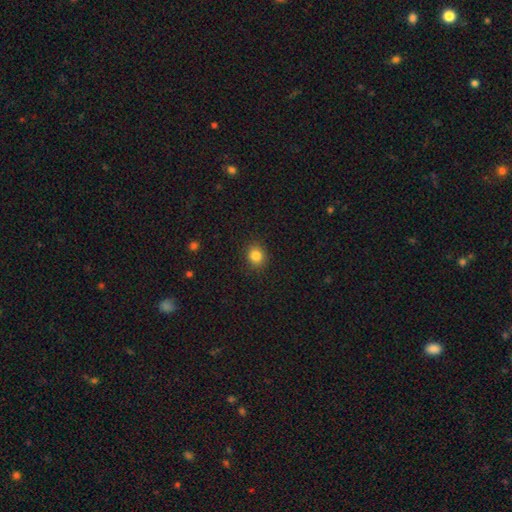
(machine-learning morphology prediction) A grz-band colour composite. It shows a smooth galaxy with no disk features (84%) that is round (79%). Merging: none (90%).